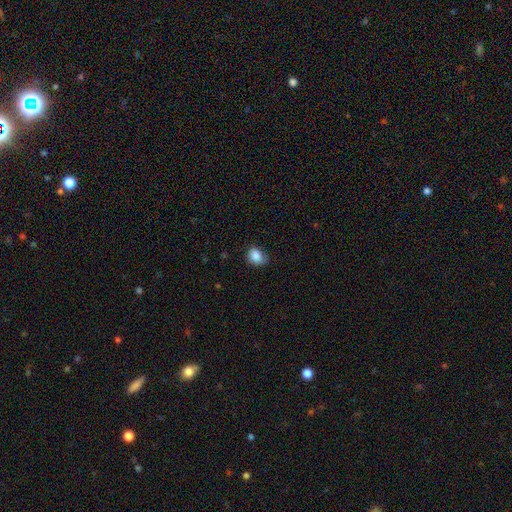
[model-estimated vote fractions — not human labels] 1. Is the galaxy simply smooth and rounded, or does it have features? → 85% smooth, 8% star or artifact, 7% featured or disk.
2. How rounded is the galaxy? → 59% in between, 40% round, 1% cigar-shaped.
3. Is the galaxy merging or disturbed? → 60% none, 31% minor disturbance, 7% major disturbance, 1% merger.